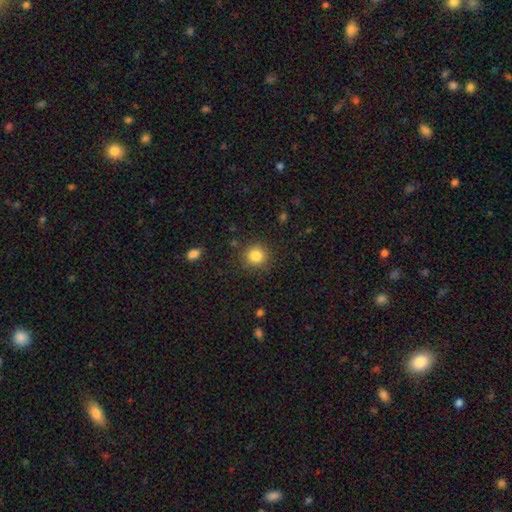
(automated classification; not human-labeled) smooth 83%, star or artifact 11%, featured or disk 6%. Down the decision tree: how rounded — round (92%); merging — none (88%).